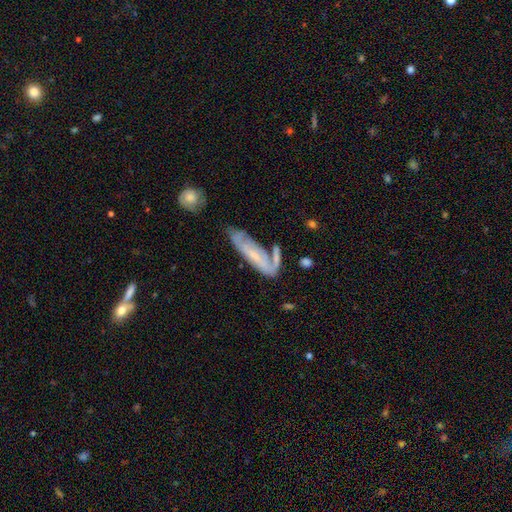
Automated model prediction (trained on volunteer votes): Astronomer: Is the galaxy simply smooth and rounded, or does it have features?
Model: featured or disk — 61%.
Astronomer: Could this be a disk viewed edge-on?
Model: no — 75%.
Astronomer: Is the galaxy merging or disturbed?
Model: none — 45% (runner-up: minor disturbance, 26%).